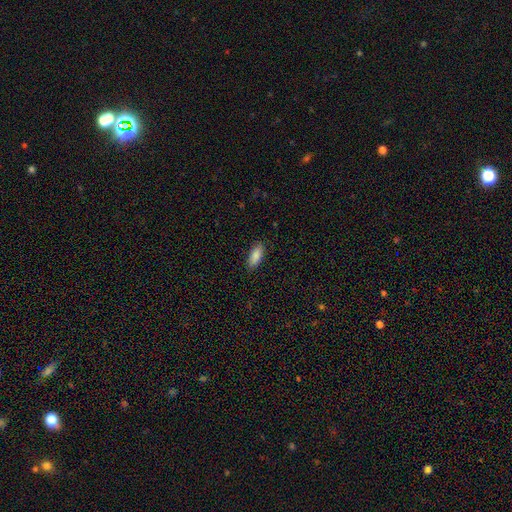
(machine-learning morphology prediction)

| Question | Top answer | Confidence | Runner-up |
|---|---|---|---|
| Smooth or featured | smooth | 89% | star or artifact (6%) |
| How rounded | in between | 80% | cigar-shaped (19%) |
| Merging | none | 88% | minor disturbance (9%) |